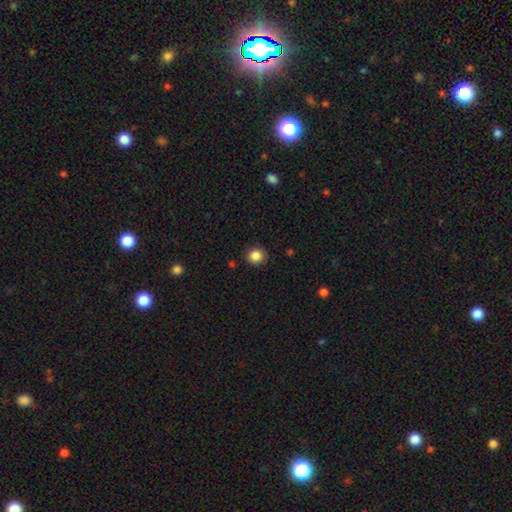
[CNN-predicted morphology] This appears to be a smooth galaxy with no disk features (87%) that is round (89%). Merging: none (90%).